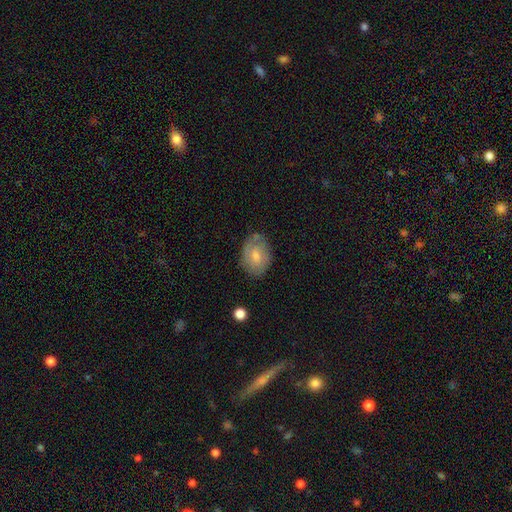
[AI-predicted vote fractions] smooth 52%, featured or disk 39%, star or artifact 9%. Down the decision tree: how rounded — in between (79%); merging — none (73%).